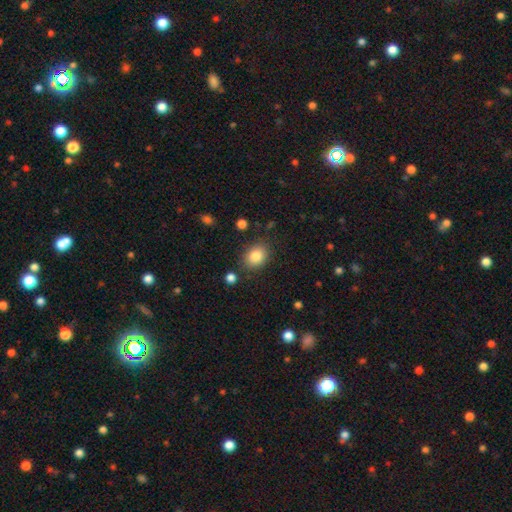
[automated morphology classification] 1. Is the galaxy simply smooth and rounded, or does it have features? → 84% smooth, 9% star or artifact, 7% featured or disk.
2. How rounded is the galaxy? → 54% in between, 45% round, 1% cigar-shaped.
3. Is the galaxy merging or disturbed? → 83% none, 11% minor disturbance, 3% major disturbance, 3% merger.